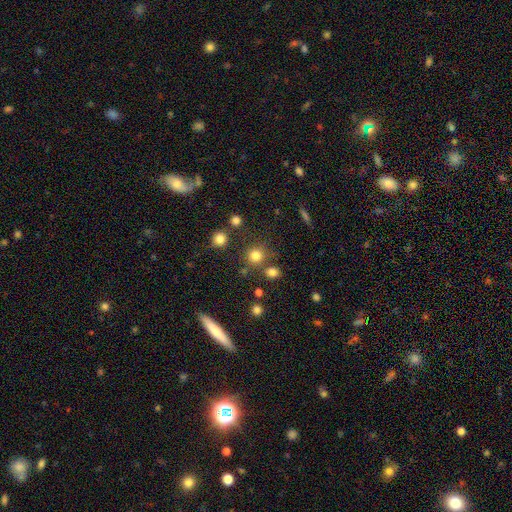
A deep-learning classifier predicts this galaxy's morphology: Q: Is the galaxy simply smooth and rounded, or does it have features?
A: smooth — 79%.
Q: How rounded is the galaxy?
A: round — 89%.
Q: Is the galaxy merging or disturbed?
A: none — 75%.